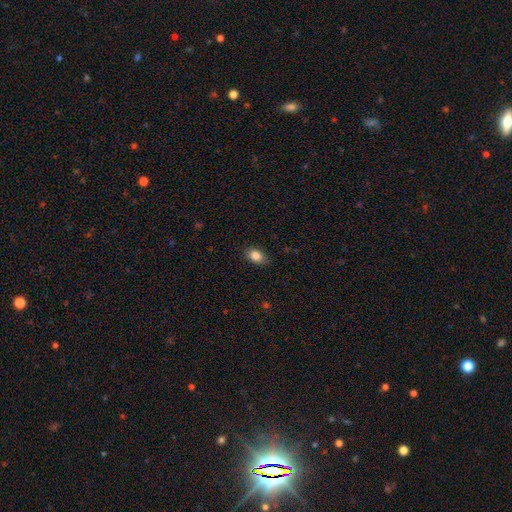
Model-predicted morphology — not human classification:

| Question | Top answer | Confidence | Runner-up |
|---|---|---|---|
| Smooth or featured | smooth | 85% | star or artifact (8%) |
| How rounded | in between | 82% | round (16%) |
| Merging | none | 82% | minor disturbance (14%) |